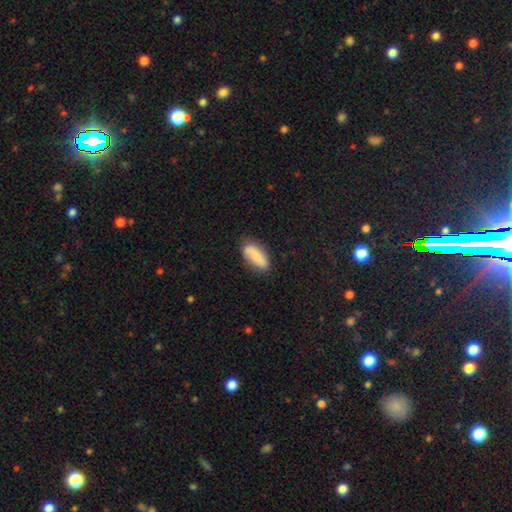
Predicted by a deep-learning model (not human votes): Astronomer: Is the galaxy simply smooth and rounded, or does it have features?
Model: smooth — 72%.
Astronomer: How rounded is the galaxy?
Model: in between — 80%.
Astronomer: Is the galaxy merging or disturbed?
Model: none — 75%.